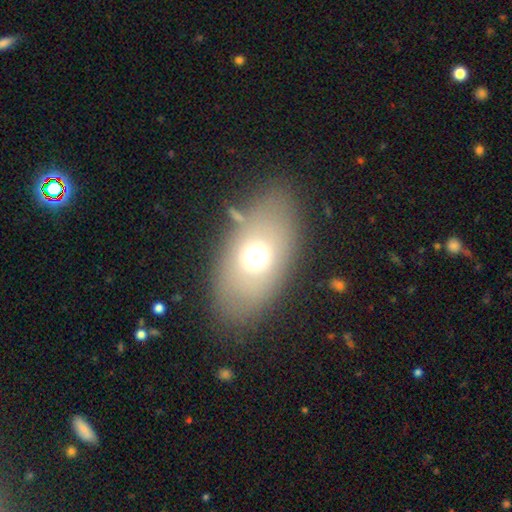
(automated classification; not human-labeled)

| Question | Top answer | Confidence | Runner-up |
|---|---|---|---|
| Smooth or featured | smooth | 64% | featured or disk (25%) |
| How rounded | in between | 88% | round (9%) |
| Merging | none | 81% | minor disturbance (11%) |